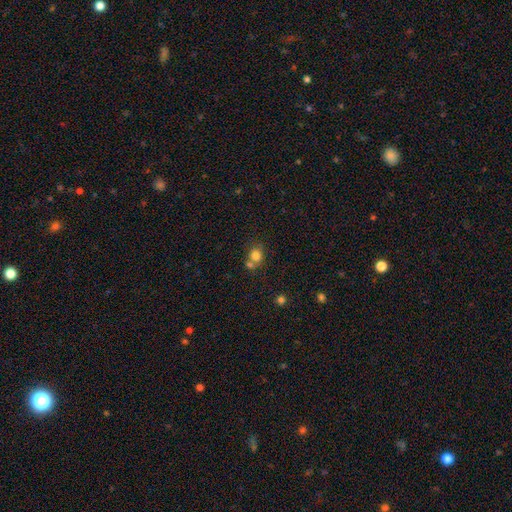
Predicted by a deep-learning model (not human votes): Smooth or featured? smooth (79%)
How rounded? round (76%)
Merging? none (48%)